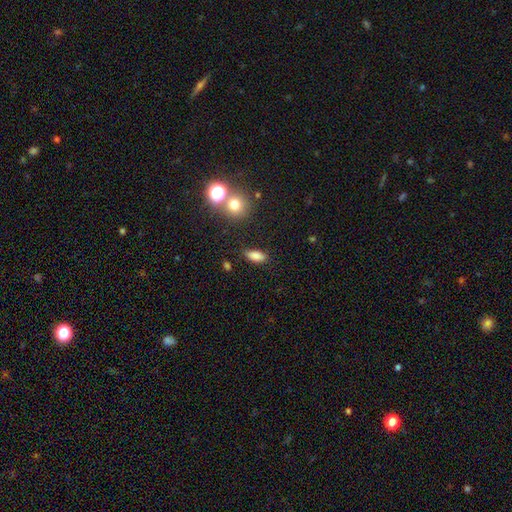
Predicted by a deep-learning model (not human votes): smooth 84%, star or artifact 10%, featured or disk 6%. Down the decision tree: how rounded — in between (78%); merging — none (78%).